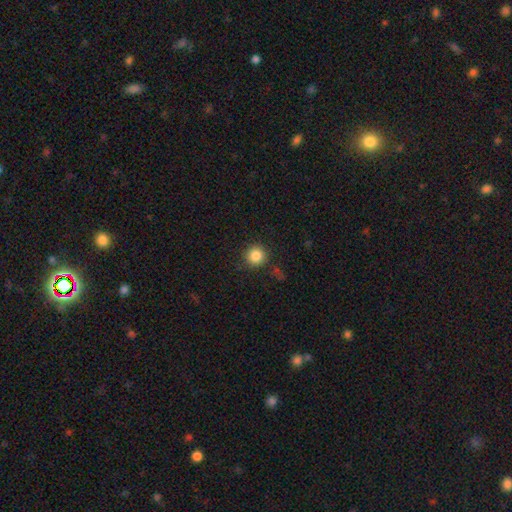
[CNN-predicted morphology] Smooth or featured? smooth (85%)
How rounded? round (94%)
Merging? none (87%)